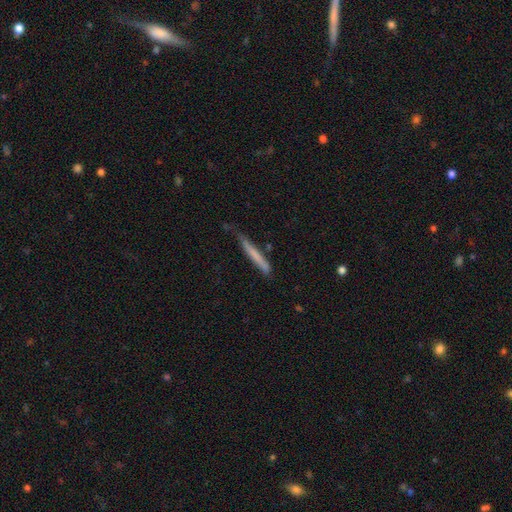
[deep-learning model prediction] A smooth galaxy with no disk features (65%) that is cigar-shaped (96%). Merging: none (66%).